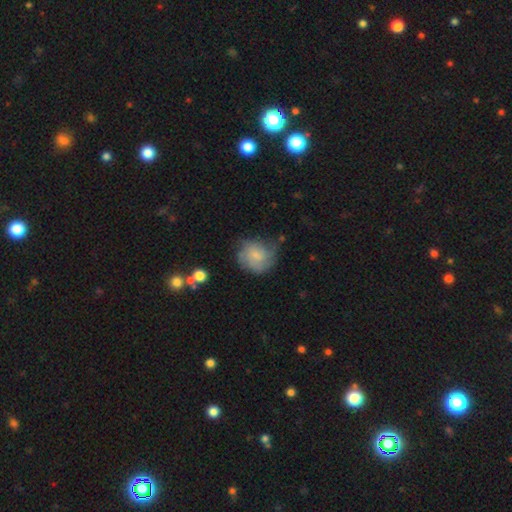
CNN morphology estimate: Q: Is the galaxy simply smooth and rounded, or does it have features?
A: smooth — 55%.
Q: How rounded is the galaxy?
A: round — 77%.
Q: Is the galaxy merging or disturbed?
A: none — 54%.